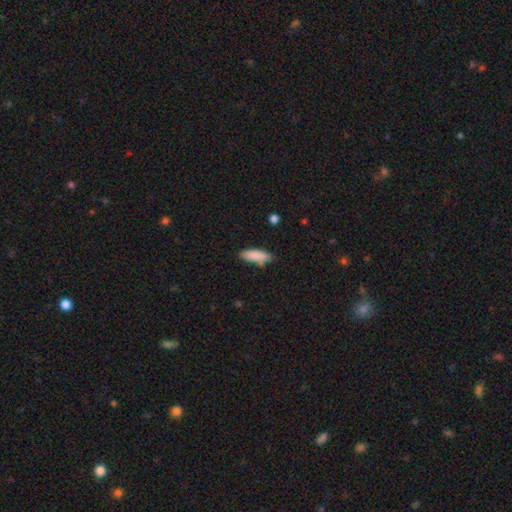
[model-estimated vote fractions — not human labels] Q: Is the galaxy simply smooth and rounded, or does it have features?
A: smooth — 87%.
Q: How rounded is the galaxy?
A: in between — 53%.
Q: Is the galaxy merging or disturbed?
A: none — 73%.